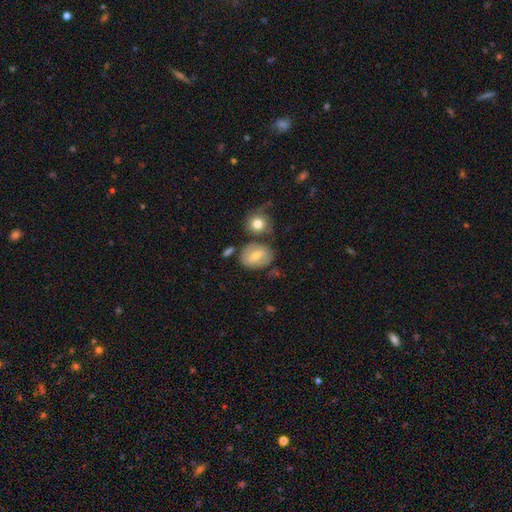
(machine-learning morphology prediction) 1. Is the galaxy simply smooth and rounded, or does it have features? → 62% smooth, 31% featured or disk, 8% star or artifact.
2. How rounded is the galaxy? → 58% in between, 41% round, 1% cigar-shaped.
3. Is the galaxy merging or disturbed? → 61% none, 16% merger, 16% minor disturbance, 6% major disturbance.